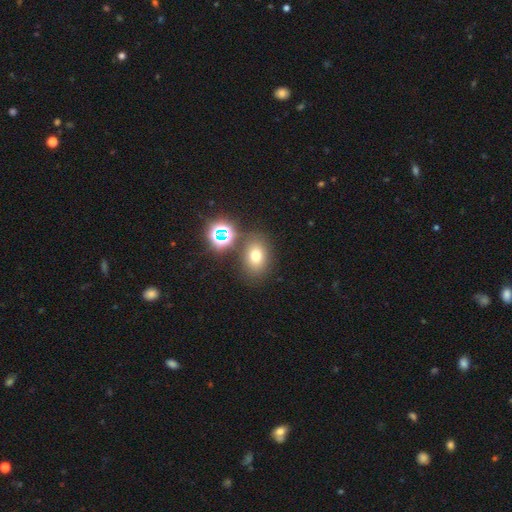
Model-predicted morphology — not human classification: smooth-or-featured: smooth: 68% | star or artifact: 21% | featured or disk: 11%
  how-rounded: in between: 66% | round: 32% | cigar-shaped: 1%
  merging: none: 76% | minor disturbance: 11% | merger: 10% | major disturbance: 4%